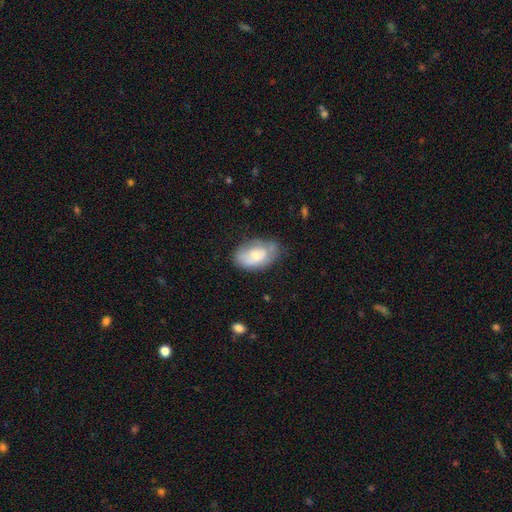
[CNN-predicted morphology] The model was most divided on "merging": none: 53%, minor disturbance: 32%, major disturbance: 11%, merger: 3%. More confident: how rounded — in between (89%); smooth or featured — smooth (58%).